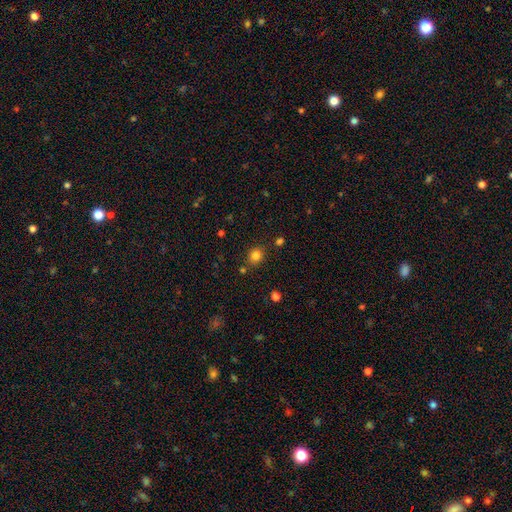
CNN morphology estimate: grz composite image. It shows a smooth galaxy with no disk features (82%) that is round (71%). Merging: none (83%).